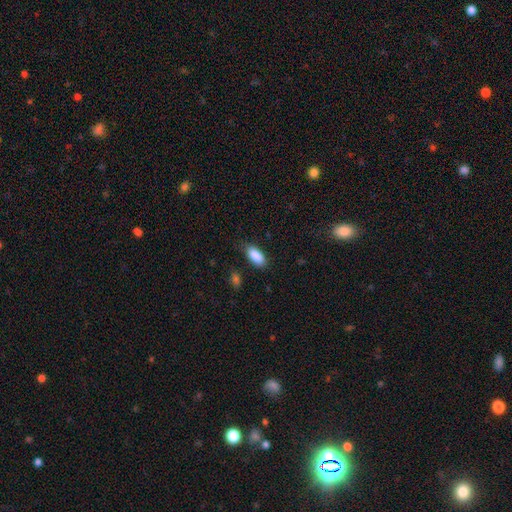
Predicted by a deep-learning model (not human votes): smooth_or_featured: smooth (p=0.89) [alt: star or artifact p=0.07]
how_rounded: in between (p=0.87) [alt: cigar-shaped p=0.10]
merging: none (p=0.79) [alt: minor disturbance p=0.16]